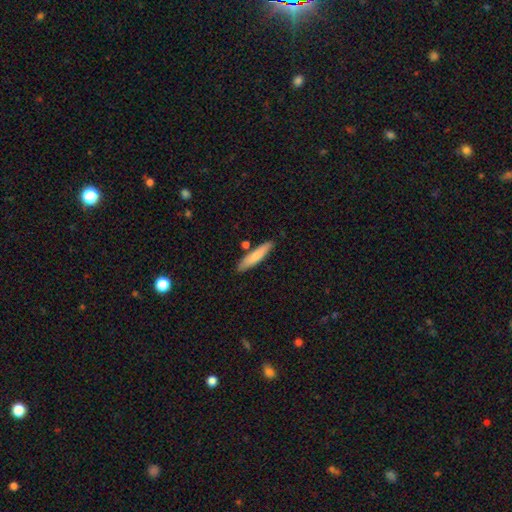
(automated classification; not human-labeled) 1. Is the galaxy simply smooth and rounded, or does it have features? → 78% smooth, 16% featured or disk, 6% star or artifact.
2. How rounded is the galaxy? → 83% cigar-shaped, 16% in between, 1% round.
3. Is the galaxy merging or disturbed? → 81% none, 11% minor disturbance, 6% merger, 2% major disturbance.